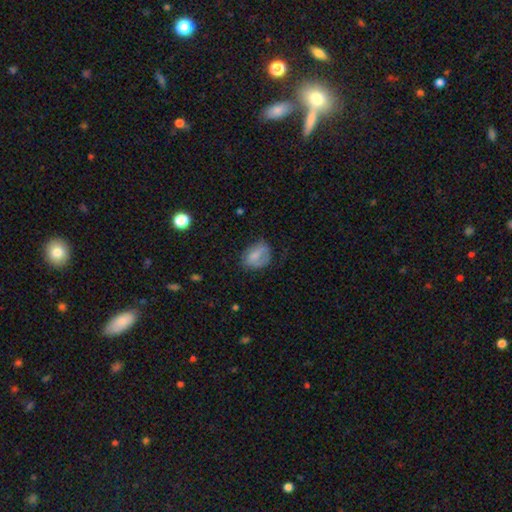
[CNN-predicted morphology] This appears to be a smooth galaxy with no disk features (66%) that is in between round and cigar-shaped (68%). Merging: none (54%).